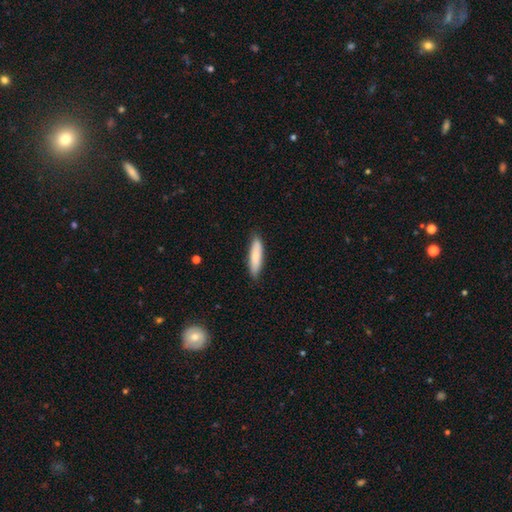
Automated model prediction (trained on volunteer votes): This appears to be a smooth galaxy with no disk features (80%) that is cigar-shaped (74%). Merging: none (86%).